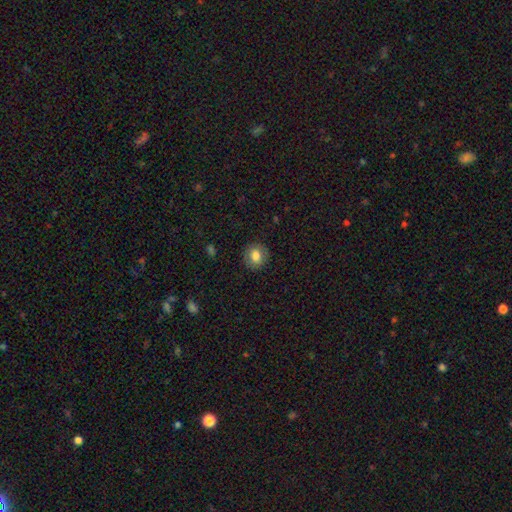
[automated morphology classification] A smooth galaxy with no disk features (78%) that is round (82%).

Vote fractions:
- Smooth or featured? smooth: 78% / featured or disk: 13% / star or artifact: 9%
- How rounded? round: 82% / in between: 17% / cigar-shaped: 1%
- Merging? none: 88% / minor disturbance: 9% / major disturbance: 3% / merger: 1%